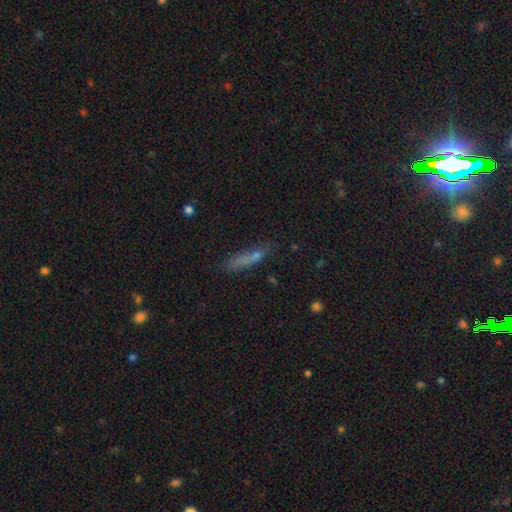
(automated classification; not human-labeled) Q: Smooth or featured?
A: smooth (68%); runner-up: featured or disk (19%)
Q: How rounded?
A: cigar-shaped (81%); runner-up: in between (16%)
Q: Merging?
A: none (58%); runner-up: minor disturbance (24%)